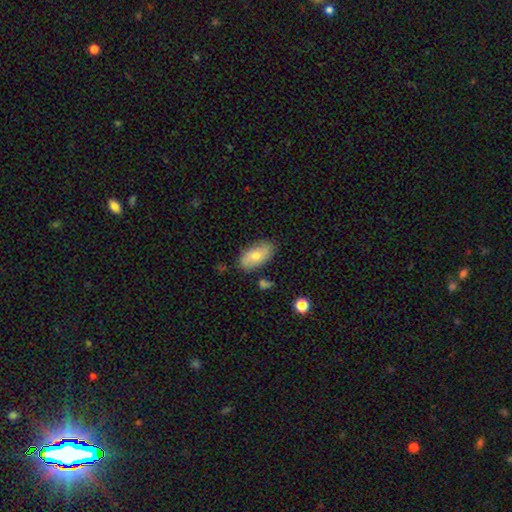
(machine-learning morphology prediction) Overall: smooth (71%). How rounded: in between (92%). Merging: none (79%).